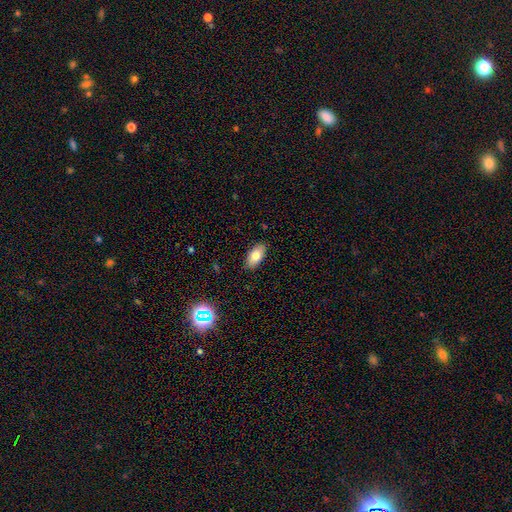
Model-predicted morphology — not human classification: A smooth galaxy with no disk features (77%) that is in between round and cigar-shaped (91%). Merging: none (87%).